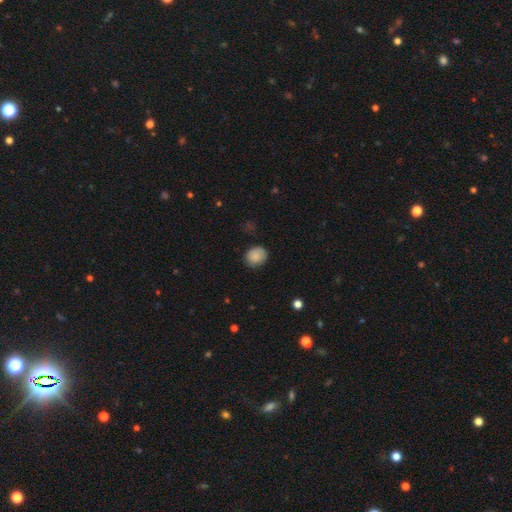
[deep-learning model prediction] Overall: smooth (86%). How rounded: round (62%; in between 37%). Merging: none (79%).